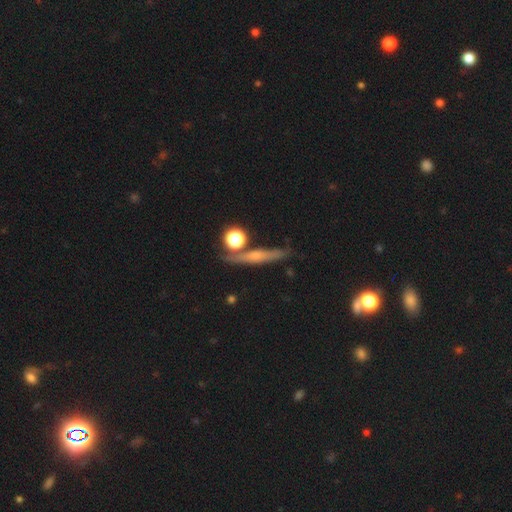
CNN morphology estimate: Smooth or featured?
  - featured or disk: 52% *
  - smooth: 36%
  - star or artifact: 12%
Edge-on disk?
  - yes: 91% *
  - no: 9%
Merging?
  - none: 77% *
  - minor disturbance: 12%
  - merger: 7%
  - major disturbance: 4%